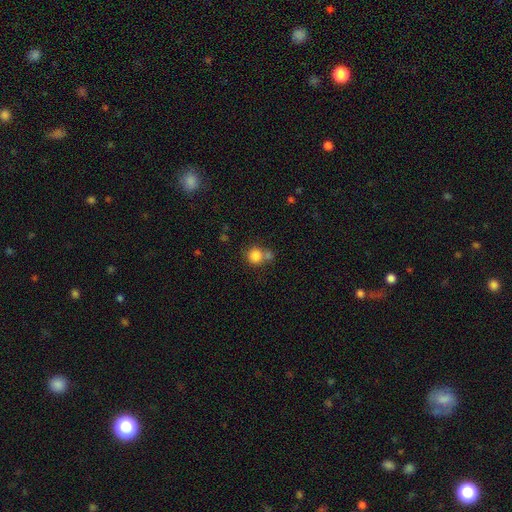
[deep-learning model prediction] Smooth or featured: smooth — 83% (star or artifact — 11%)
How rounded: round — 87% (in between — 12%)
Merging: none — 51% (merger — 33%)